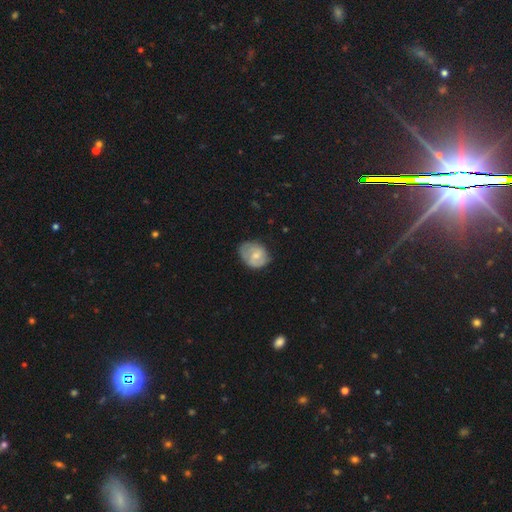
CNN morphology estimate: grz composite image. It shows a smooth galaxy with no disk features (58%) that is in between round and cigar-shaped (53%). Merging: none (52%).